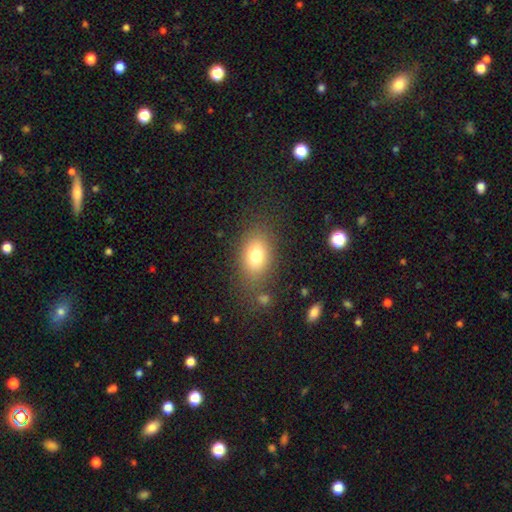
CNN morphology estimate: smooth-or-featured: smooth: 76% | featured or disk: 13% | star or artifact: 11%
  how-rounded: in between: 76% | round: 23% | cigar-shaped: 2%
  merging: none: 77% | minor disturbance: 13% | major disturbance: 6% | merger: 4%